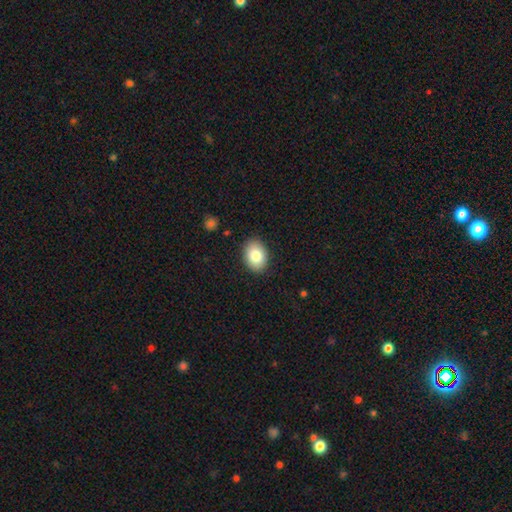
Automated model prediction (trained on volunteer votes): Smooth or featured: smooth — 83% (featured or disk — 9%)
How rounded: in between — 79% (round — 20%)
Merging: none — 88% (minor disturbance — 9%)